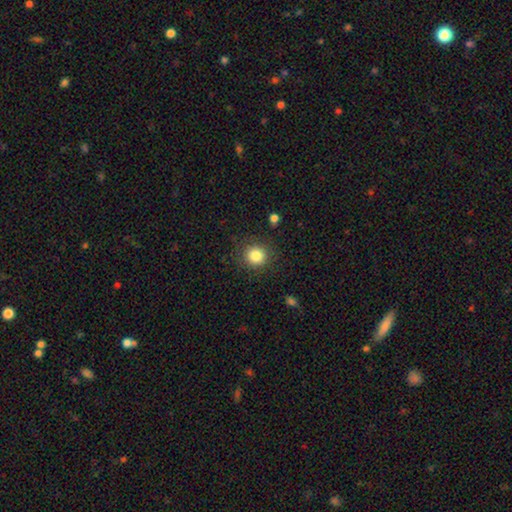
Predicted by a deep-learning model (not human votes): Smooth or featured: smooth — 84% (star or artifact — 11%)
How rounded: round — 91% (in between — 8%)
Merging: none — 86% (minor disturbance — 9%)